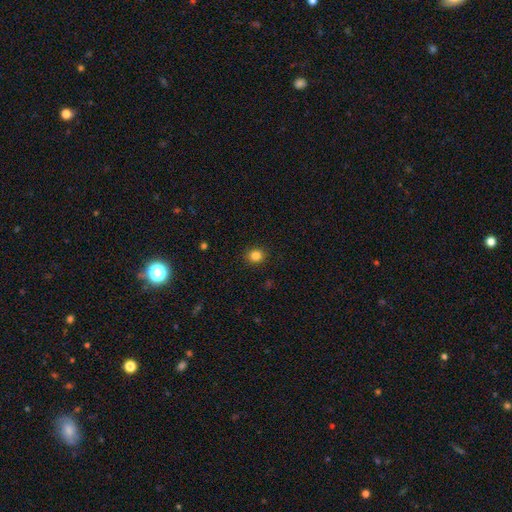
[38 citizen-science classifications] A smooth galaxy with no disk features (89%) that is round (65%). Merging: none (91%).